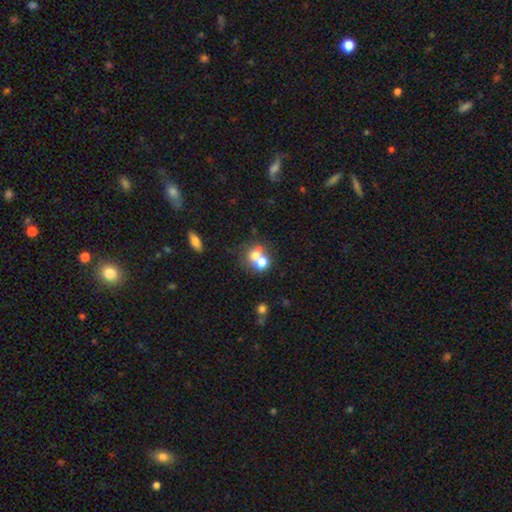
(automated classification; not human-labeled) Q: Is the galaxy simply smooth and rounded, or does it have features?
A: smooth — 65%.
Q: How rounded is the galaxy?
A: round — 68%.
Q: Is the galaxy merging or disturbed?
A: merger — 59%.